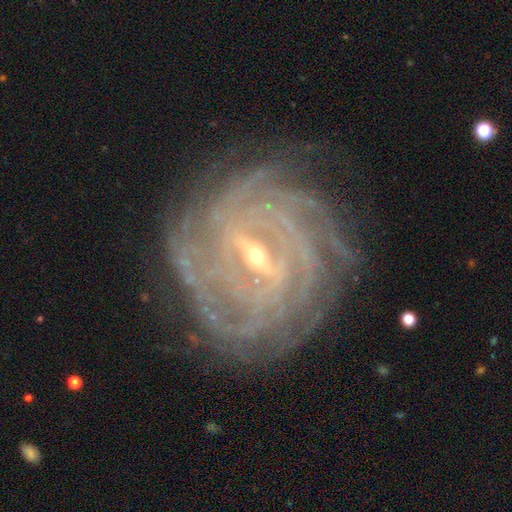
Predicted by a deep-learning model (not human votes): Q: Smooth or featured?
A: featured or disk (91%); runner-up: star or artifact (5%)
Q: Edge-on disk?
A: no (97%); runner-up: yes (3%)
Q: Bar?
A: strong (48%); runner-up: weak (42%)
Q: Spiral arms?
A: yes (98%); runner-up: no (2%)
Q: Spiral winding?
A: tight (84%); runner-up: medium (14%)
Q: Spiral arm count?
A: more than 4 (31%); runner-up: 4 (25%)
Q: Bulge size?
A: small (64%); runner-up: moderate (33%)
Q: Merging?
A: none (81%); runner-up: minor disturbance (13%)